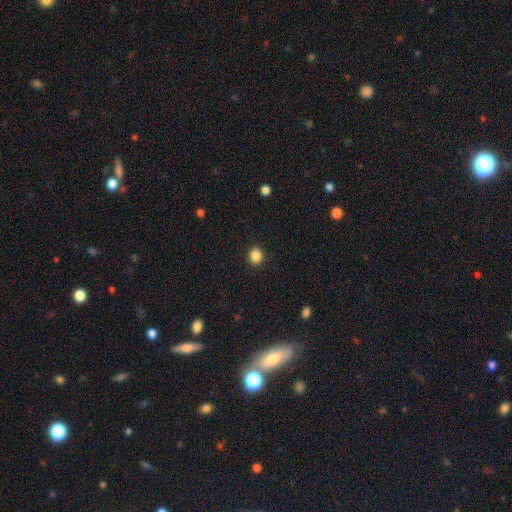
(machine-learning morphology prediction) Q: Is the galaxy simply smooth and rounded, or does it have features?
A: smooth — 86%.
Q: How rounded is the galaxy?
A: round — 76%.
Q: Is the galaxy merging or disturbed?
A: none — 91%.